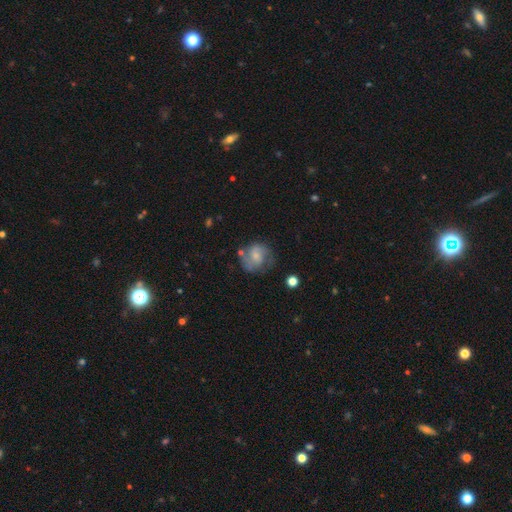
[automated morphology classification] smooth_or_featured: featured or disk (p=0.49) [alt: smooth p=0.43]
merging: none (p=0.56) [alt: minor disturbance p=0.24]